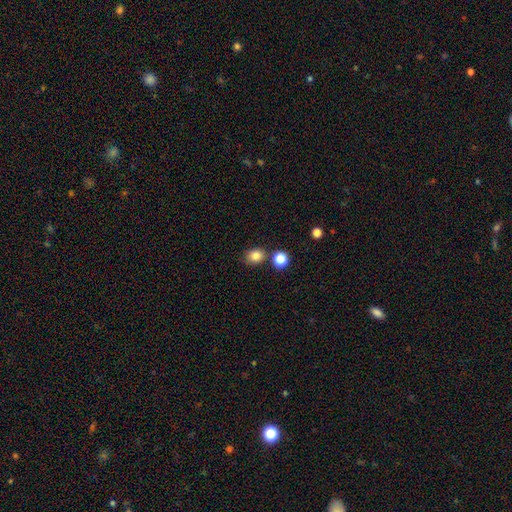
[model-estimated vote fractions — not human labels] Morphology: type=smooth (83%); roundness=round (54%); merging=none (76%).